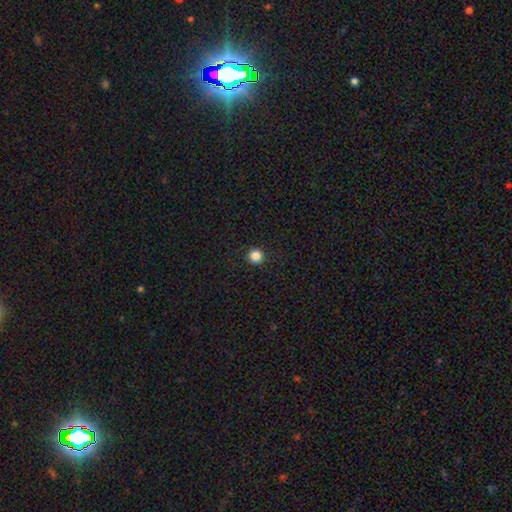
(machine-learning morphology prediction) Overall: smooth (85%). How rounded: round (95%). Merging: none (92%).